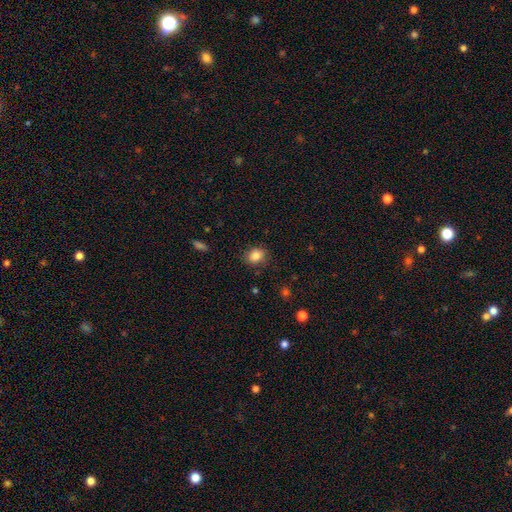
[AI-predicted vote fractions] The model was most divided on "how rounded": round: 52%, in between: 47%, cigar-shaped: 1%. More confident: smooth or featured — smooth (85%); merging — none (83%).